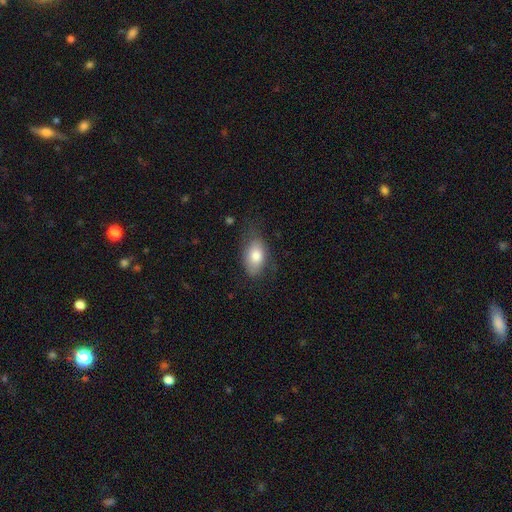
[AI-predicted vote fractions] A smooth galaxy with no disk features (79%) that is in between round and cigar-shaped (91%). Merging: none (64%).